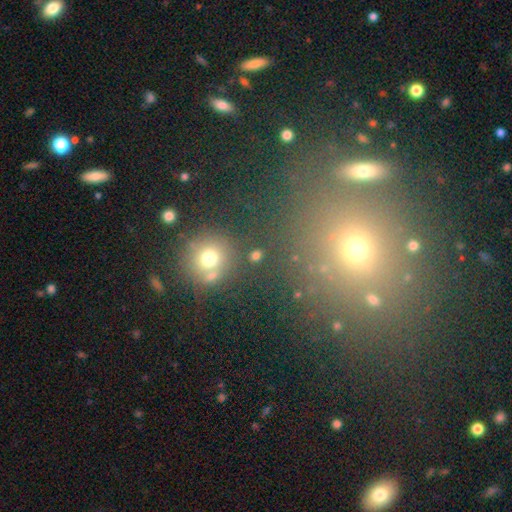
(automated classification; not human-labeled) Smooth or featured: smooth — 58% (star or artifact — 32%)
How rounded: round — 86% (in between — 12%)
Merging: none — 79% (merger — 9%)